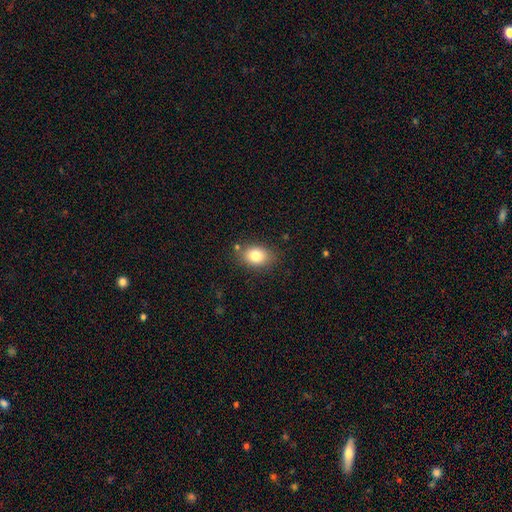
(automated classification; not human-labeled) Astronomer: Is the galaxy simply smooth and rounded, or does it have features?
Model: smooth — 82%.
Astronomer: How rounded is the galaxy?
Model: in between — 72%.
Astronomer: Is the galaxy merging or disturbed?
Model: none — 80%.